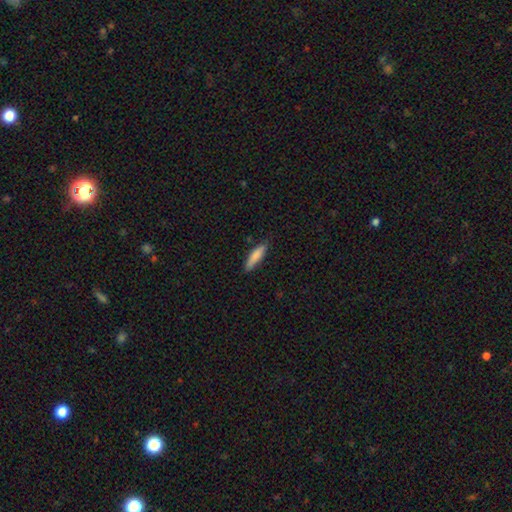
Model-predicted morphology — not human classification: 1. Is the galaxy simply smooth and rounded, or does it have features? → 82% smooth, 12% featured or disk, 6% star or artifact.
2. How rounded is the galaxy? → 72% cigar-shaped, 26% in between, 1% round.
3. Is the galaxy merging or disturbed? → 80% none, 16% minor disturbance, 2% major disturbance, 2% merger.